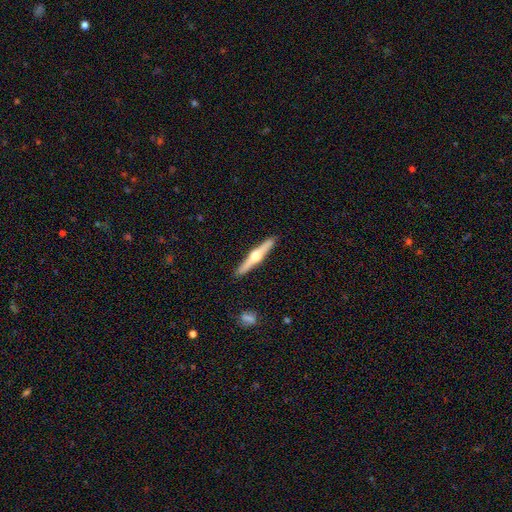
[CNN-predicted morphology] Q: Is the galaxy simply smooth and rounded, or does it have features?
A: featured or disk — 72%.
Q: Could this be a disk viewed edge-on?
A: yes — 98%.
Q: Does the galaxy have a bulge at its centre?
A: rounded — 95%.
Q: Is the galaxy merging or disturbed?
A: none — 91%.